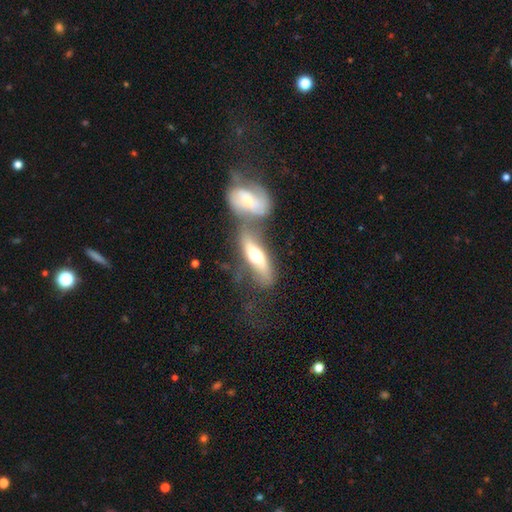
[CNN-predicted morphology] smooth_or_featured: featured or disk (p=0.51) [alt: smooth p=0.43]
disk_edge_on: yes (p=0.54) [alt: no p=0.46]
merging: merger (p=0.40) [alt: none p=0.36]